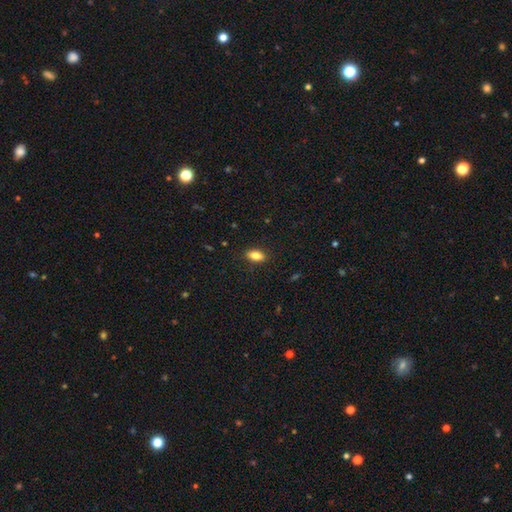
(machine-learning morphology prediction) Smooth or featured? Predicted: smooth (p=0.80). How rounded? Predicted: in between (p=0.85). Merging? Predicted: none (p=0.87).